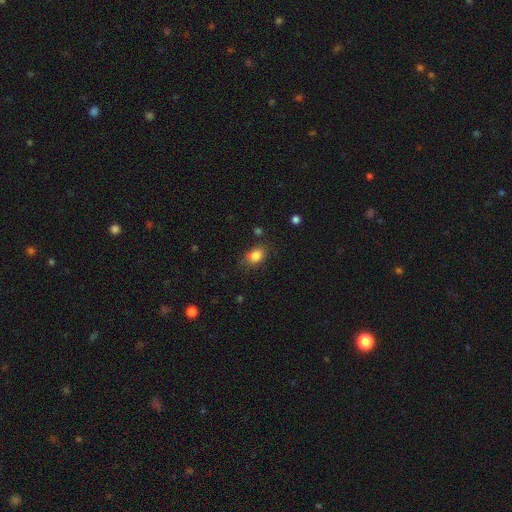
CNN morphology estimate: Smooth or featured?
  - smooth: 84% *
  - star or artifact: 10%
  - featured or disk: 6%
How rounded?
  - in between: 69% *
  - round: 30%
  - cigar-shaped: 1%
Merging?
  - none: 77% *
  - minor disturbance: 17%
  - major disturbance: 4%
  - merger: 2%